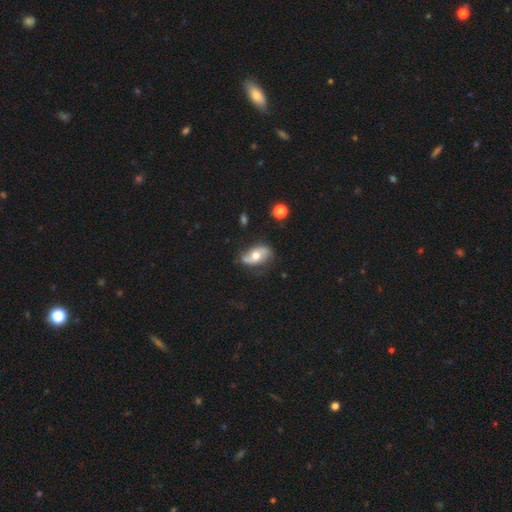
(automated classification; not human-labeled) Q: Smooth or featured?
A: featured or disk (59%); runner-up: smooth (34%)
Q: Edge-on disk?
A: no (93%); runner-up: yes (7%)
Q: Bar?
A: no (67%); runner-up: weak (24%)
Q: Spiral arms?
A: yes (79%); runner-up: no (21%)
Q: Bulge size?
A: moderate (74%); runner-up: large (12%)
Q: Merging?
A: none (65%); runner-up: minor disturbance (24%)